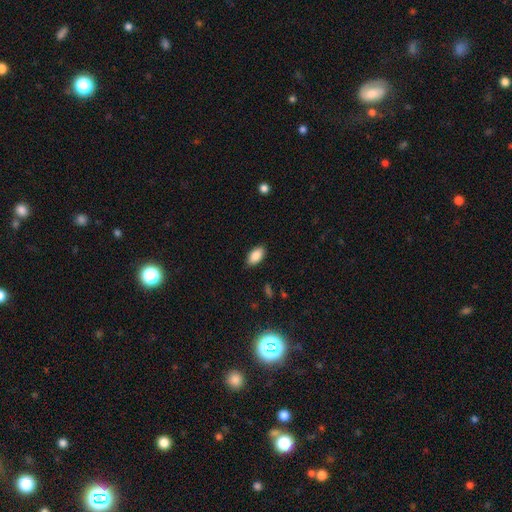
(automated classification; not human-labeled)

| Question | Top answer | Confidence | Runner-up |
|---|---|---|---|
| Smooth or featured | smooth | 87% | star or artifact (7%) |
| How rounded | in between | 93% | round (4%) |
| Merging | none | 86% | minor disturbance (11%) |